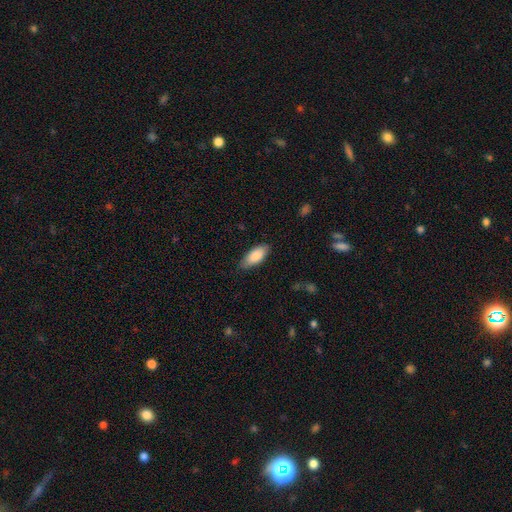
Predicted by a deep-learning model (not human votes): Smooth or featured: smooth — 87% (featured or disk — 7%)
How rounded: in between — 86% (cigar-shaped — 12%)
Merging: none — 79% (minor disturbance — 17%)